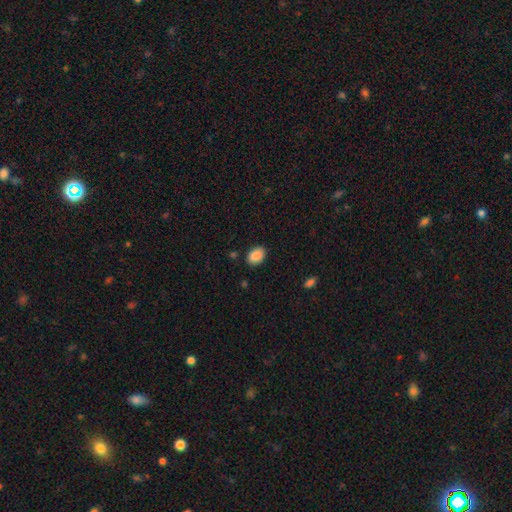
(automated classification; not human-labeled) Q: Smooth or featured?
A: smooth (89%); runner-up: star or artifact (7%)
Q: How rounded?
A: in between (81%); runner-up: round (18%)
Q: Merging?
A: none (85%); runner-up: minor disturbance (11%)